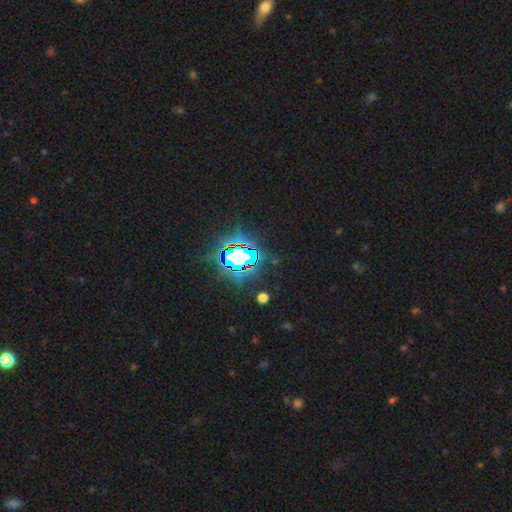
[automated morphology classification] Q: Smooth or featured?
A: star or artifact (80%); runner-up: smooth (12%)